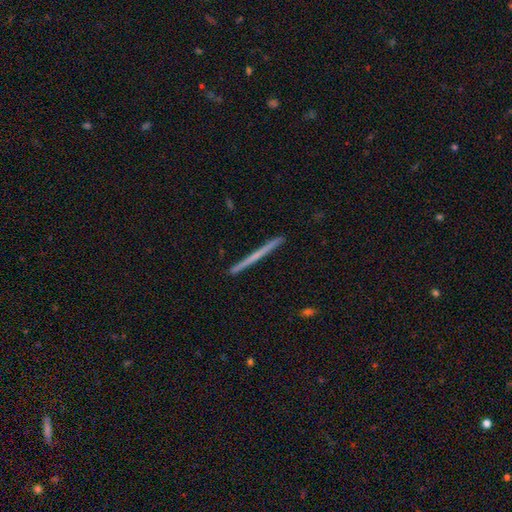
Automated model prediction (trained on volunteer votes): featured or disk 53%, smooth 41%, star or artifact 6%. Down the decision tree: edge-on disk — yes (98%); edge-on bulge — none (88%); merging — none (93%).